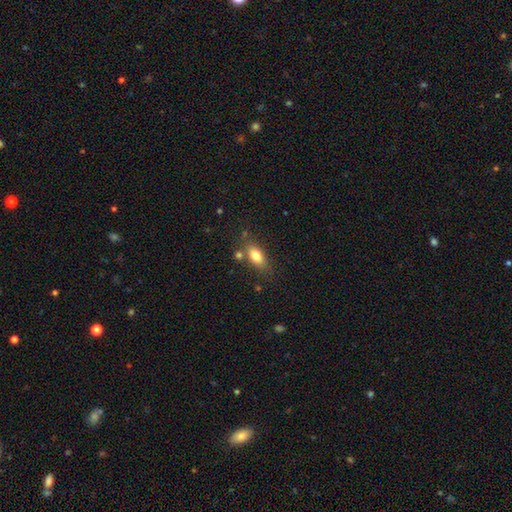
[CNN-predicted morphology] This appears to be a smooth galaxy with no disk features (78%) that is in between round and cigar-shaped (82%). Merging: none (70%).